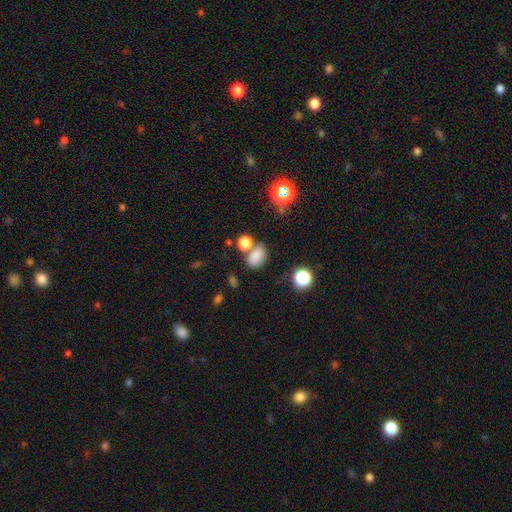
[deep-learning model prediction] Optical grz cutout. It shows a smooth galaxy with no disk features (79%) that is in between round and cigar-shaped (75%). Merging: none (57%).